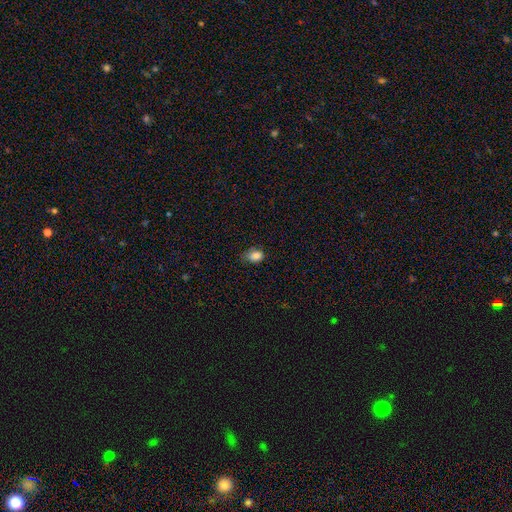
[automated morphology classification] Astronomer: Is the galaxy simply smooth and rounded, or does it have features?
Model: smooth — 85%.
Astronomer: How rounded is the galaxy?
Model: in between — 70%.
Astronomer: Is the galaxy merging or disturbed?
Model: none — 60%.